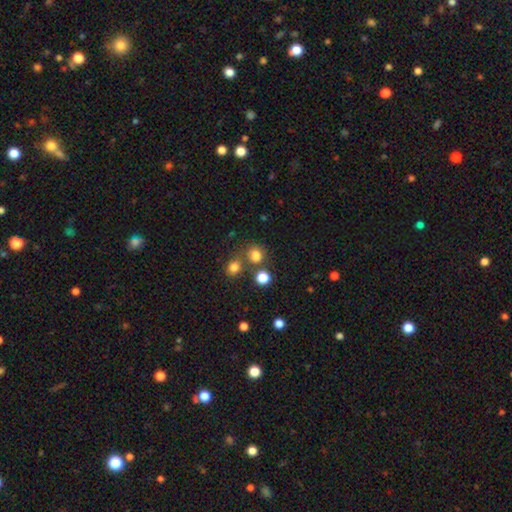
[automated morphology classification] Q: Smooth or featured?
A: smooth (77%); runner-up: star or artifact (17%)
Q: How rounded?
A: round (77%); runner-up: in between (22%)
Q: Merging?
A: none (64%); runner-up: merger (21%)